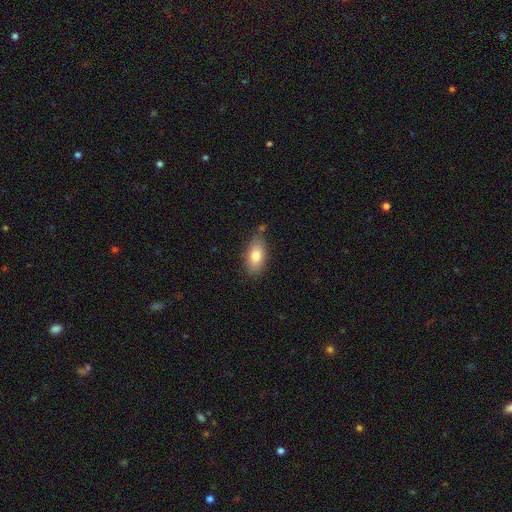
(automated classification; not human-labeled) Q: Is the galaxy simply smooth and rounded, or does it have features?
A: smooth — 80%.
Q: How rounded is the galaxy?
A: in between — 90%.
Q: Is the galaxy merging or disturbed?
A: none — 71%.